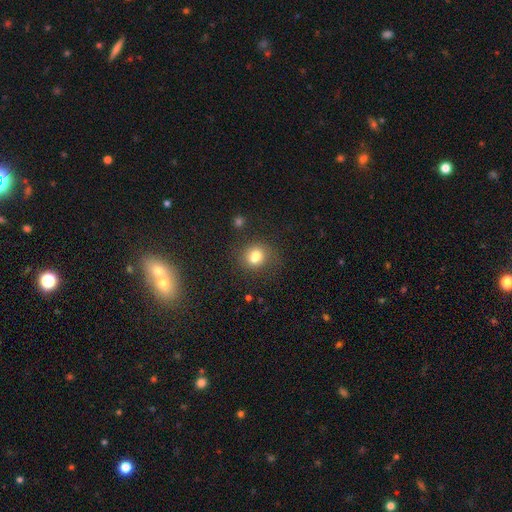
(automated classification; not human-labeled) The model was most divided on "merging": none: 53%, merger: 24%, minor disturbance: 16%, major disturbance: 6%. More confident: smooth or featured — smooth (75%); how rounded — round (66%).